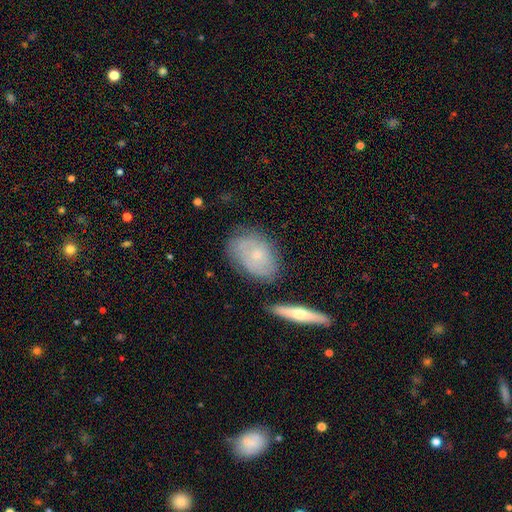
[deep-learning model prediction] Smooth or featured? featured or disk (54%)
Edge-on disk? no (88%)
Merging? none (70%)